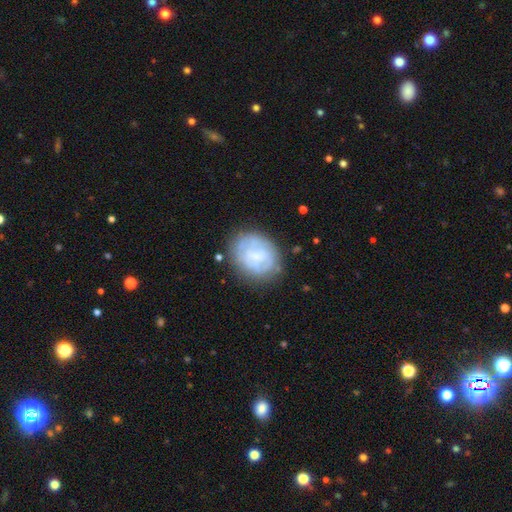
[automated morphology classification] Smooth or featured? featured or disk (59%)
Edge-on disk? no (97%)
Bar? no (48%)
Spiral arms? yes (57%)
Bulge size? small (48%)
Merging? none (70%)